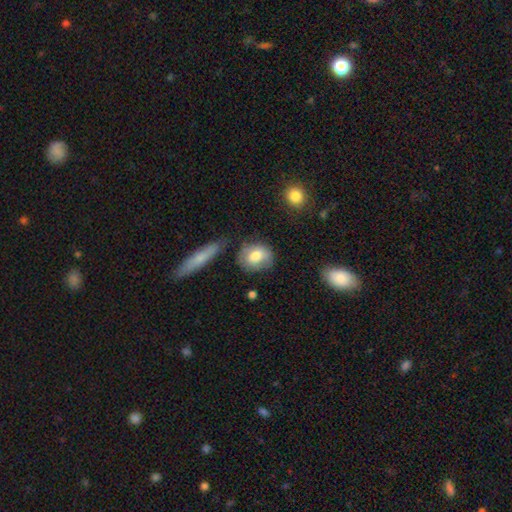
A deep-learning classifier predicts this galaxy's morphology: Smooth or featured? smooth (75%)
How rounded? round (57%)
Merging? none (68%)